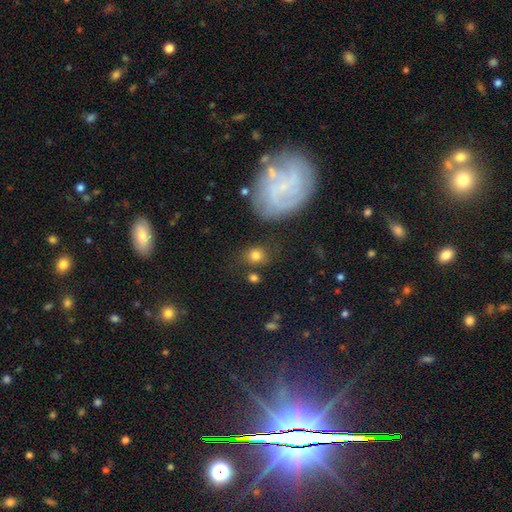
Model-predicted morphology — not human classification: Smooth or featured?
  - smooth: 78% *
  - featured or disk: 12%
  - star or artifact: 11%
How rounded?
  - round: 73% *
  - in between: 26%
  - cigar-shaped: 1%
Merging?
  - none: 74% *
  - minor disturbance: 13%
  - merger: 7%
  - major disturbance: 6%